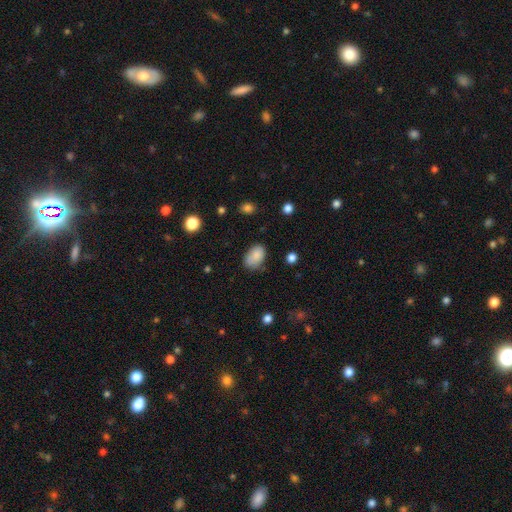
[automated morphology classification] Q: Smooth or featured?
A: smooth (85%); runner-up: star or artifact (8%)
Q: How rounded?
A: in between (88%); runner-up: round (11%)
Q: Merging?
A: none (65%); runner-up: minor disturbance (25%)